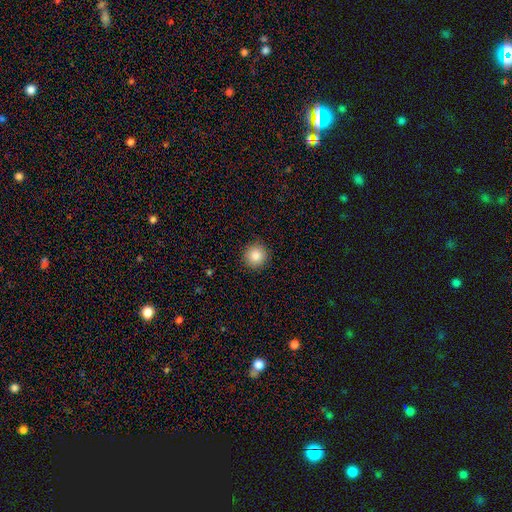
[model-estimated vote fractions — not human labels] smooth 85%, star or artifact 10%, featured or disk 5%. Down the decision tree: how rounded — round (95%); merging — none (91%).